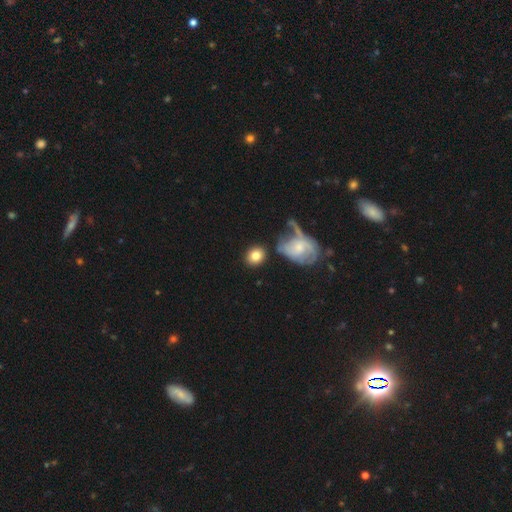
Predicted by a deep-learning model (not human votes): A smooth galaxy with no disk features (79%) that is round (68%).

Vote fractions:
- Smooth or featured? smooth: 79% / featured or disk: 14% / star or artifact: 7%
- How rounded? round: 68% / in between: 30% / cigar-shaped: 1%
- Merging? none: 71% / minor disturbance: 13% / merger: 10% / major disturbance: 6%